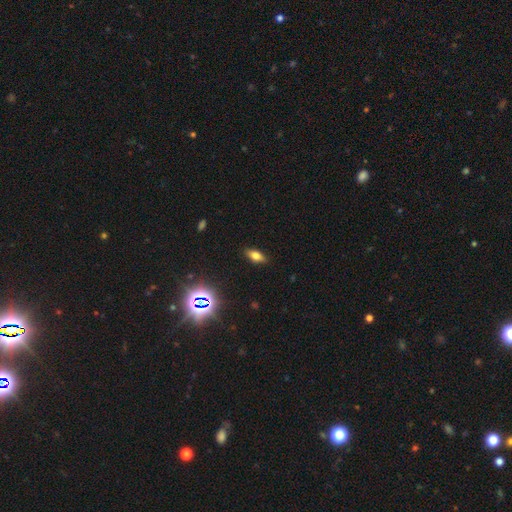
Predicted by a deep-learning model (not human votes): A smooth galaxy with no disk features (67%) that is in between round and cigar-shaped (80%).

Vote fractions:
- Smooth or featured? smooth: 67% / featured or disk: 17% / star or artifact: 16%
- How rounded? in between: 80% / cigar-shaped: 14% / round: 5%
- Merging? none: 88% / minor disturbance: 9% / major disturbance: 2% / merger: 1%